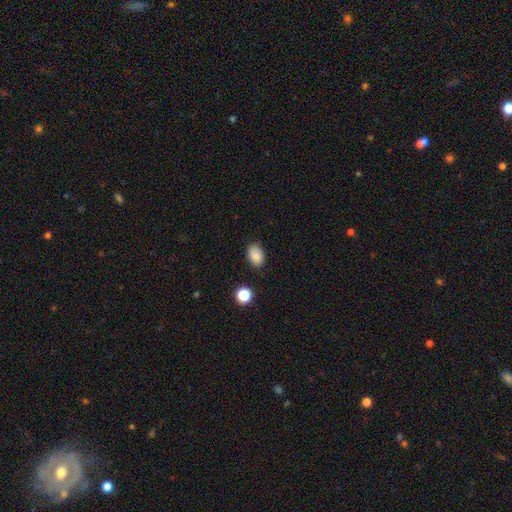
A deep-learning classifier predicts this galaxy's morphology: Q: Smooth or featured?
A: smooth (86%); runner-up: star or artifact (10%)
Q: How rounded?
A: in between (84%); runner-up: round (15%)
Q: Merging?
A: none (81%); runner-up: minor disturbance (14%)